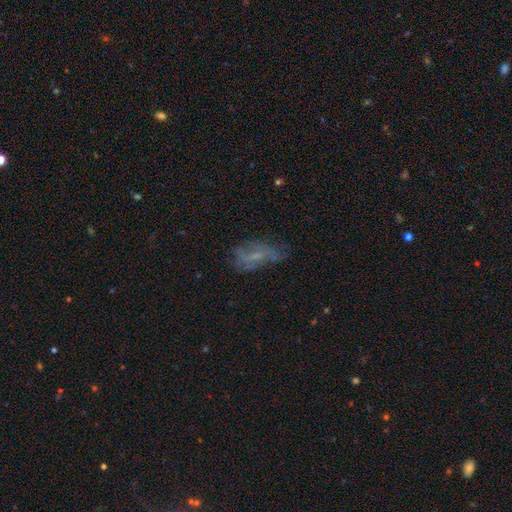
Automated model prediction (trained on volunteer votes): smooth-or-featured: featured or disk: 51% | smooth: 35% | star or artifact: 15%
  disk-edge-on: no: 90% | yes: 10%
  merging: none: 51% | minor disturbance: 26% | major disturbance: 20% | merger: 3%